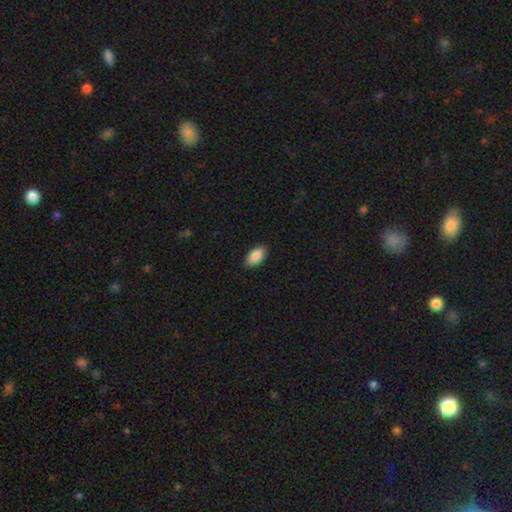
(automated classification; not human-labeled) Overall: smooth (89%). How rounded: in between (94%). Merging: none (87%).